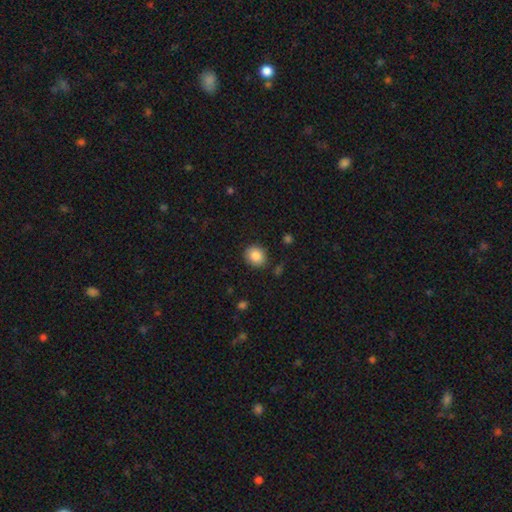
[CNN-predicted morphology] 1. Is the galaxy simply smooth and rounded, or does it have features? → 87% smooth, 8% star or artifact, 5% featured or disk.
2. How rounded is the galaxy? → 71% round, 29% in between, 1% cigar-shaped.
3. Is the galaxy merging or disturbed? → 85% none, 10% minor disturbance, 3% major disturbance, 2% merger.